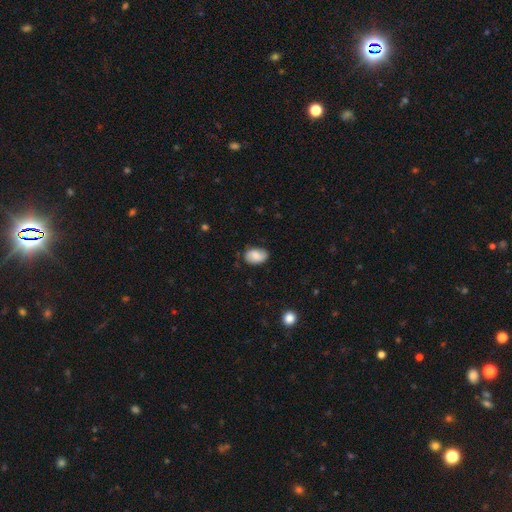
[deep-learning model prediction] Smooth or featured: smooth — 75% (featured or disk — 17%)
How rounded: in between — 85% (round — 14%)
Merging: none — 72% (minor disturbance — 22%)